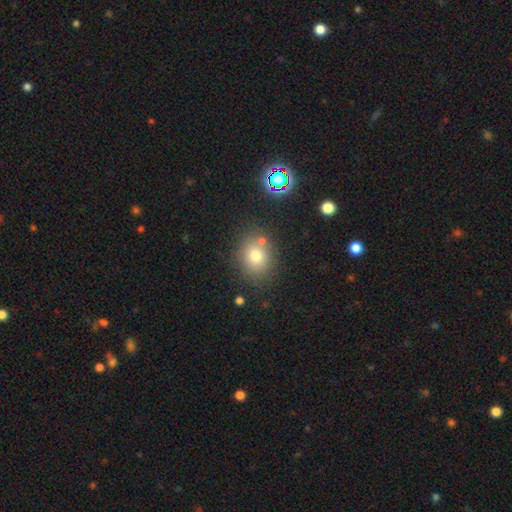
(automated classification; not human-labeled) smooth 73%, star or artifact 16%, featured or disk 11%. Down the decision tree: how rounded — round (61%); merging — none (74%).